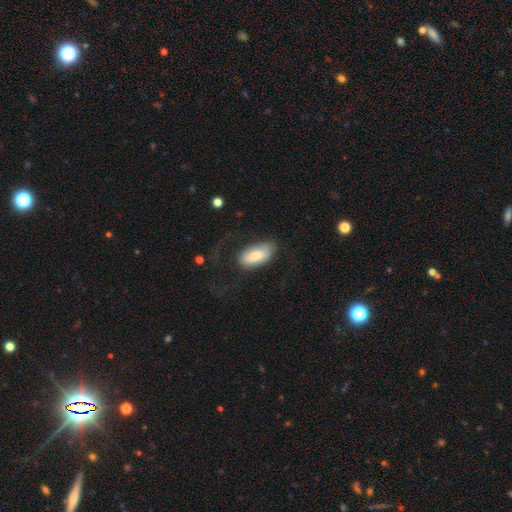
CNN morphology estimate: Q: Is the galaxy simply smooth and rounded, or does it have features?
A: smooth — 77%.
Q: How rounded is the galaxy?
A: in between — 93%.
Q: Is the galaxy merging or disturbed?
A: none — 48%.